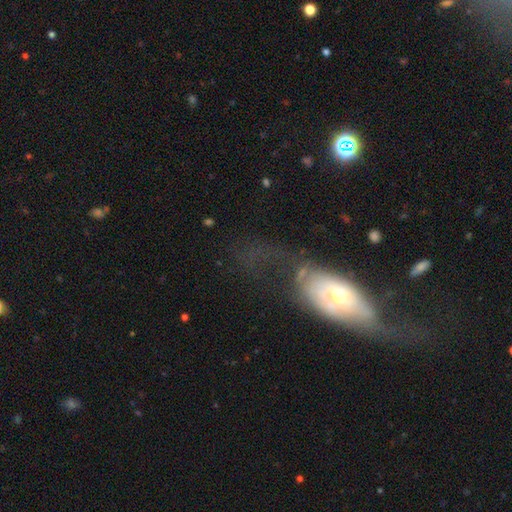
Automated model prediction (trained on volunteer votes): Q: Smooth or featured?
A: featured or disk (57%); runner-up: smooth (32%)
Q: Edge-on disk?
A: no (80%); runner-up: yes (20%)
Q: Merging?
A: major disturbance (40%); runner-up: none (36%)